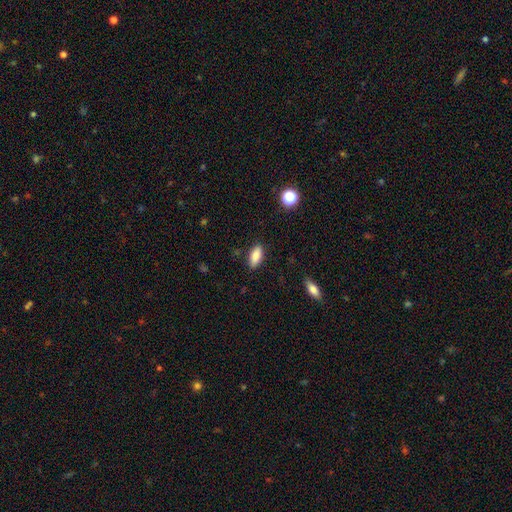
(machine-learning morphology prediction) A smooth galaxy with no disk features (84%) that is in between round and cigar-shaped (80%).

Vote fractions:
- Smooth or featured? smooth: 84% / featured or disk: 9% / star or artifact: 7%
- How rounded? in between: 80% / cigar-shaped: 18% / round: 2%
- Merging? none: 87% / minor disturbance: 9% / major disturbance: 2% / merger: 1%